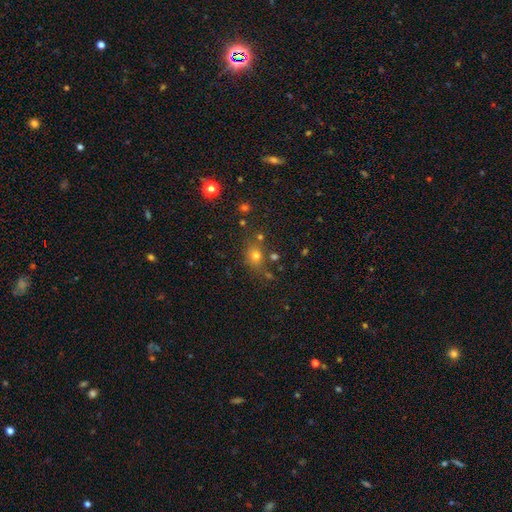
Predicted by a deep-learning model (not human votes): Overall: smooth (68%). How rounded: round (65%; in between 34%). Merging: none (69%).